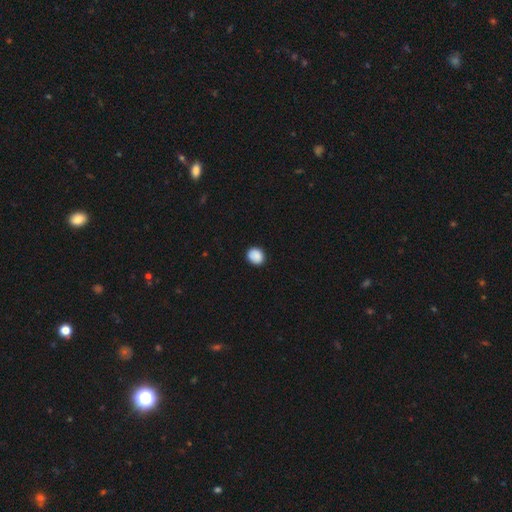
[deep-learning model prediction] A smooth galaxy with no disk features (89%) that is round (69%).

Vote fractions:
- Smooth or featured? smooth: 89% / star or artifact: 8% / featured or disk: 3%
- How rounded? round: 69% / in between: 30% / cigar-shaped: 1%
- Merging? none: 87% / minor disturbance: 10% / major disturbance: 2% / merger: 1%